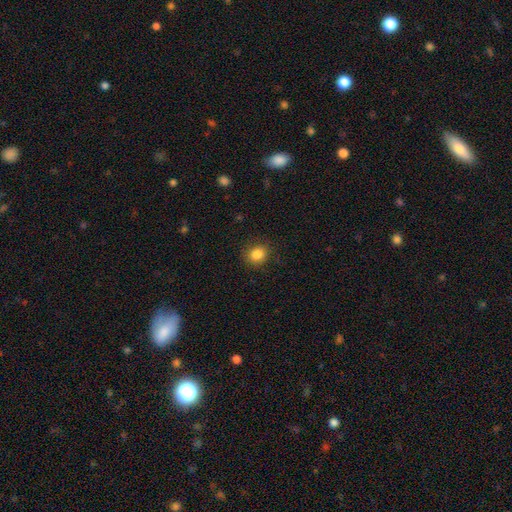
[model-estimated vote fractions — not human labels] Overall: smooth (85%). How rounded: round (73%). Merging: none (87%).